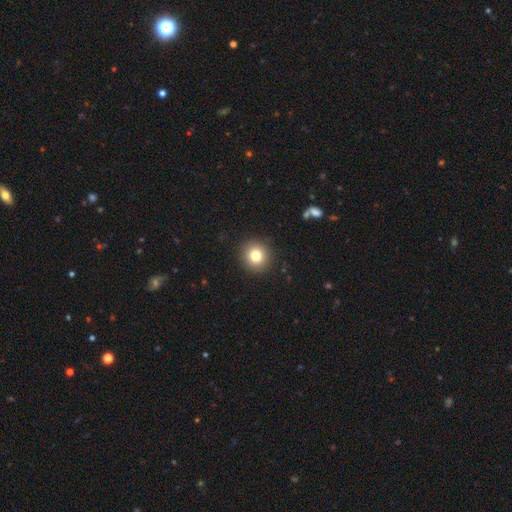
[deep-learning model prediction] smooth 80%, star or artifact 11%, featured or disk 9%. Down the decision tree: how rounded — round (93%); merging — none (91%).